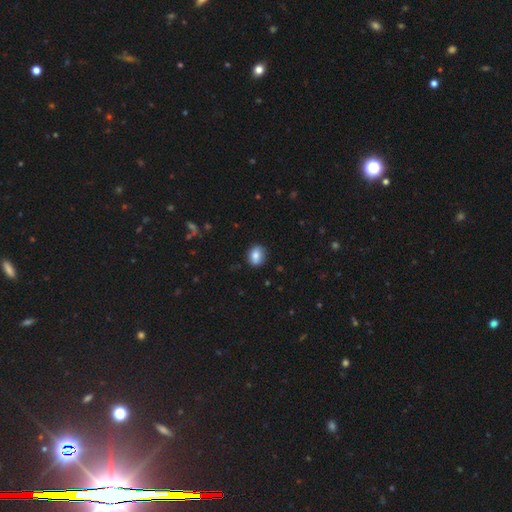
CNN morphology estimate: Smooth or featured?
  - smooth: 78% *
  - featured or disk: 14%
  - star or artifact: 9%
How rounded?
  - round: 51% *
  - in between: 47%
  - cigar-shaped: 1%
Merging?
  - none: 83% *
  - minor disturbance: 13%
  - major disturbance: 3%
  - merger: 1%